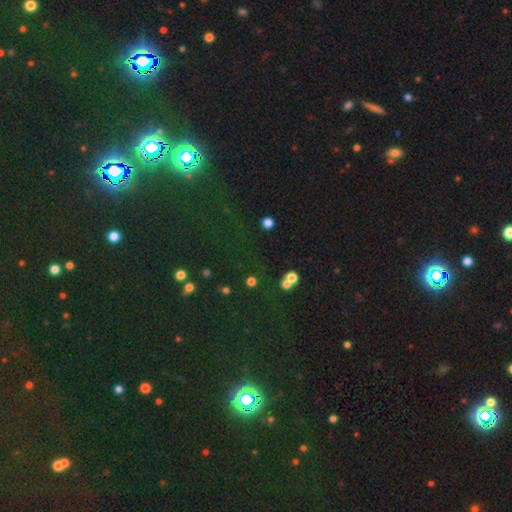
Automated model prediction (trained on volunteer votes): This is likely a star or artifact rather than a galaxy (77%).